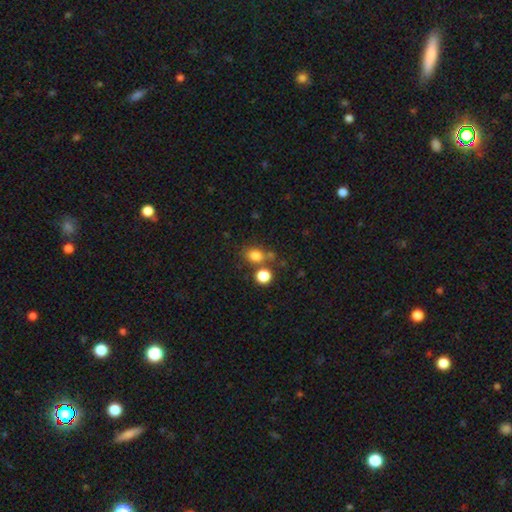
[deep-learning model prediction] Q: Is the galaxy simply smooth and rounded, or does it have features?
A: smooth — 80%.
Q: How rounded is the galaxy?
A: round — 53%.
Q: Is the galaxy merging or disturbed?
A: none — 63%.